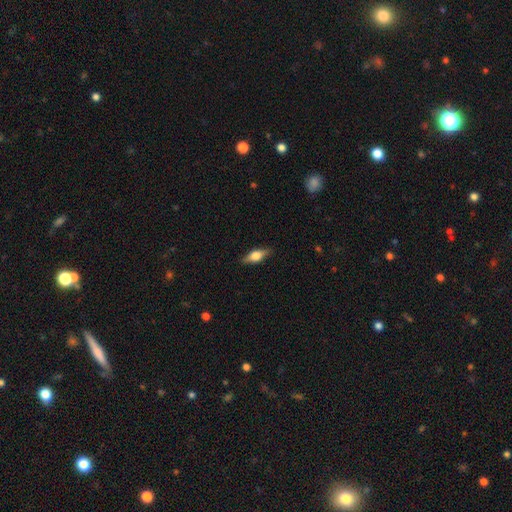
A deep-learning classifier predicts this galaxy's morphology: Smooth or featured? Predicted: smooth (p=0.48). Merging? Predicted: none (p=0.86).